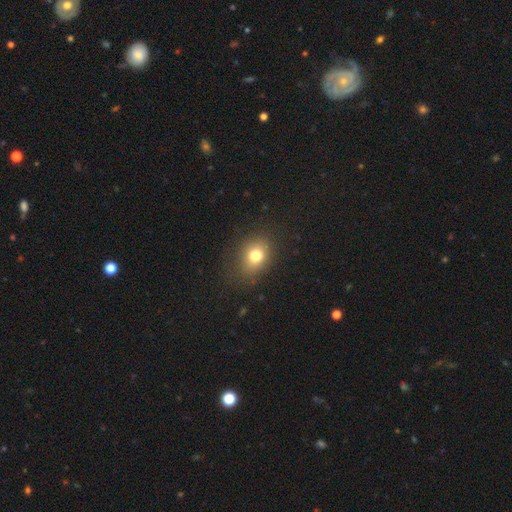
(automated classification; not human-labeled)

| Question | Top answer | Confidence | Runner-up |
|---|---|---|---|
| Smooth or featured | smooth | 77% | star or artifact (13%) |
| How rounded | in between | 56% | round (43%) |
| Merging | none | 81% | minor disturbance (13%) |